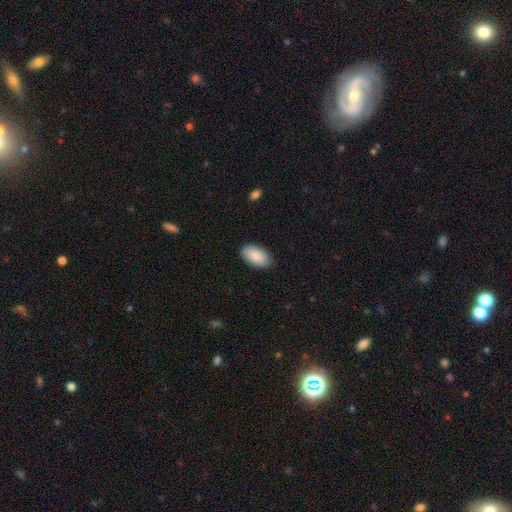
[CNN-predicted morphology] Smooth or featured?
  - smooth: 89% *
  - featured or disk: 6%
  - star or artifact: 6%
How rounded?
  - in between: 95% *
  - round: 3%
  - cigar-shaped: 2%
Merging?
  - none: 84% *
  - minor disturbance: 12%
  - major disturbance: 2%
  - merger: 1%